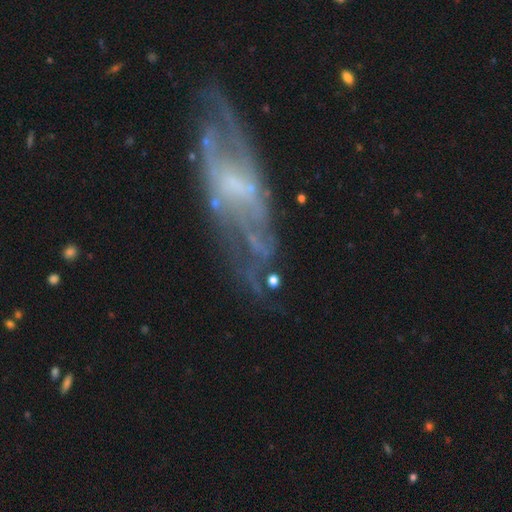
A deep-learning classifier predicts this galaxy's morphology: smooth-or-featured: featured or disk: 78% | smooth: 13% | star or artifact: 9%
  disk-edge-on: no: 80% | yes: 20%
    bar: weak: 43% | no: 41% | strong: 16%
    has-spiral-arms: yes: 76% | no: 24%
    bulge-size: small: 44% | none: 29% | moderate: 23% | large: 4% | dominant: 1%
  merging: none: 65% | minor disturbance: 19% | major disturbance: 13% | merger: 3%